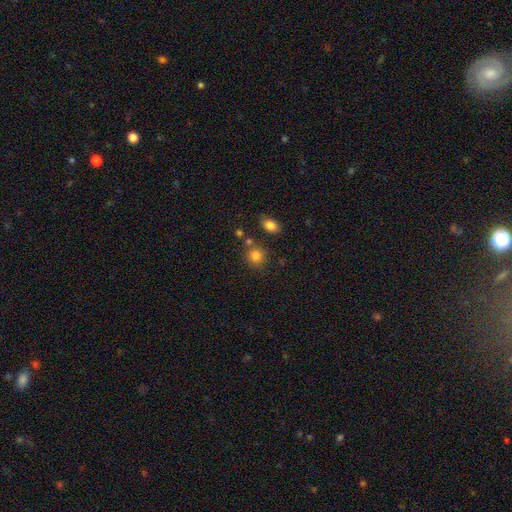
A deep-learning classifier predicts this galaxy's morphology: Smooth or featured? Predicted: smooth (p=0.82). How rounded? Predicted: round (p=0.81). Merging? Predicted: none (p=0.72).